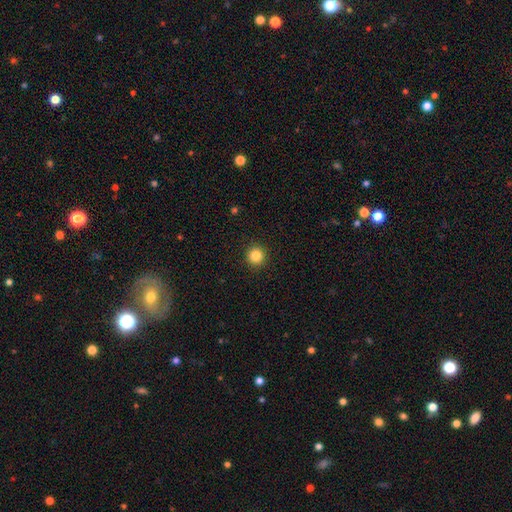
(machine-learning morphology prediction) Q: Smooth or featured?
A: smooth (85%); runner-up: star or artifact (11%)
Q: How rounded?
A: round (95%); runner-up: in between (4%)
Q: Merging?
A: none (93%); runner-up: minor disturbance (4%)